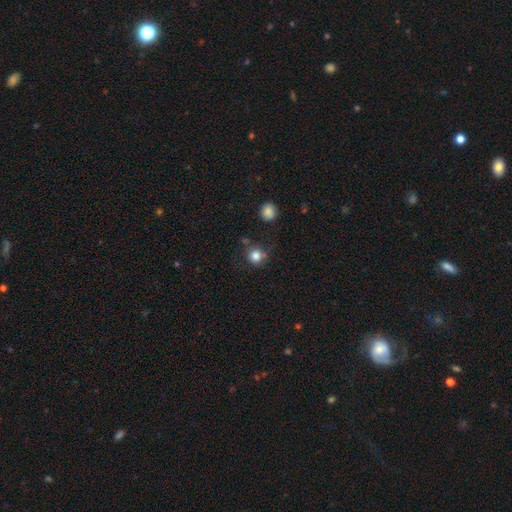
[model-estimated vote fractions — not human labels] Smooth or featured? Predicted: smooth (p=0.83). How rounded? Predicted: round (p=0.90). Merging? Predicted: none (p=0.73).